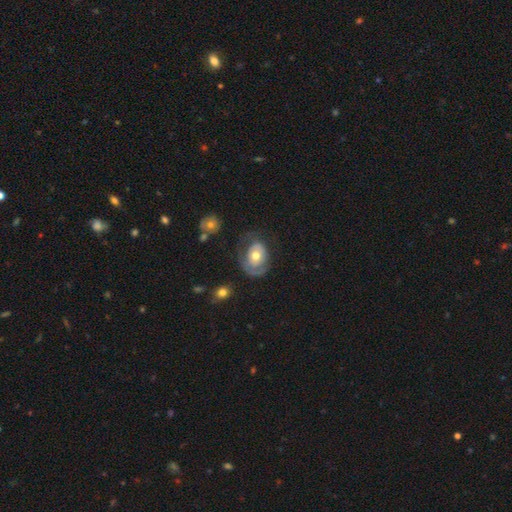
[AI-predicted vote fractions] A featured or disk galaxy (52%). Merging: none (48%).